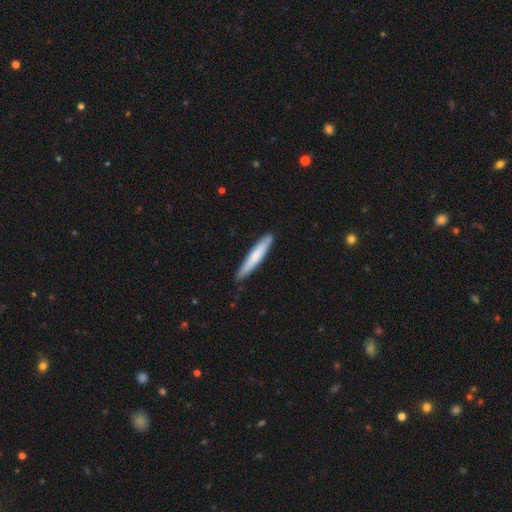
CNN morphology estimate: This appears to be a smooth galaxy with no disk features (71%) that is cigar-shaped (93%). Merging: none (85%).